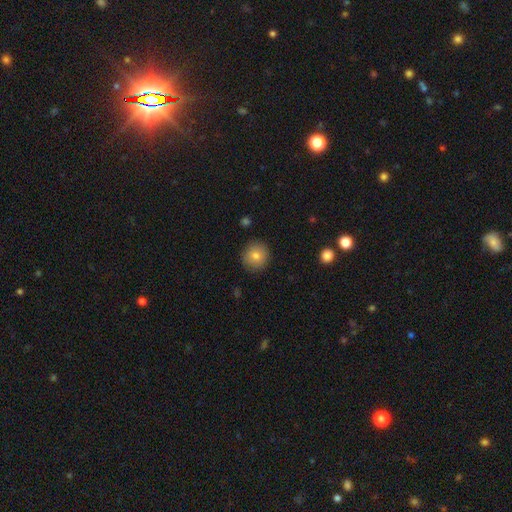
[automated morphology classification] Smooth or featured: smooth — 81% (featured or disk — 10%)
How rounded: round — 91% (in between — 8%)
Merging: none — 89% (minor disturbance — 7%)